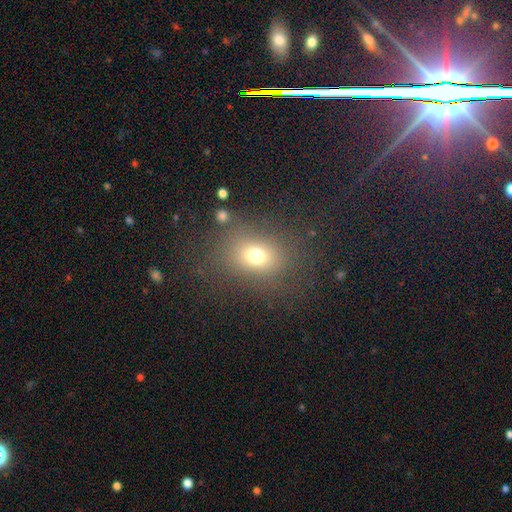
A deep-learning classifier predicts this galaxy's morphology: smooth-or-featured: smooth: 71% | star or artifact: 18% | featured or disk: 12%
  how-rounded: round: 50% | in between: 49% | cigar-shaped: 1%
  merging: none: 77% | minor disturbance: 11% | major disturbance: 8% | merger: 3%